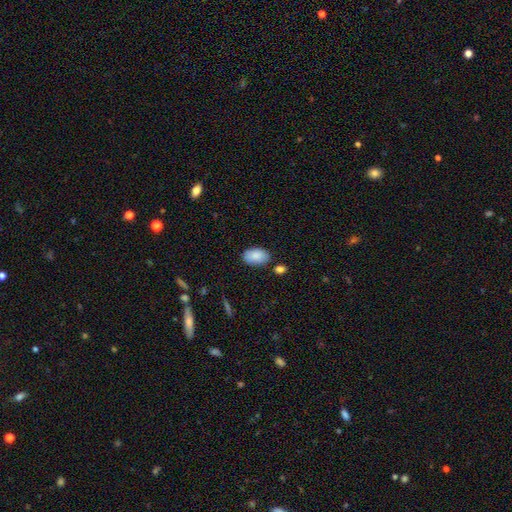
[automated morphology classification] Smooth or featured? smooth (87%)
How rounded? in between (92%)
Merging? none (81%)